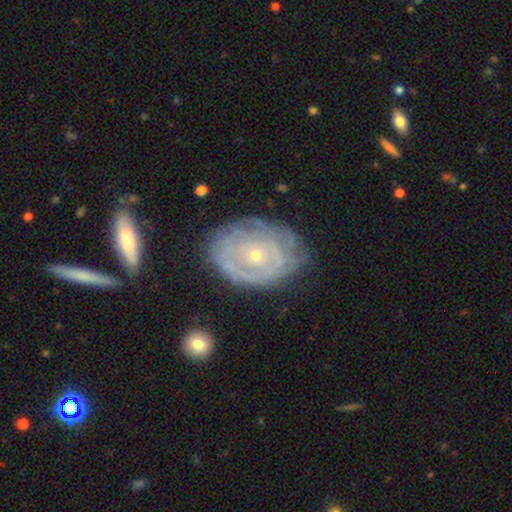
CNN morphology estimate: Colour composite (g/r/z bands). It shows a featured or disk galaxy (75%) with no bar (85%), tight (78%) spiral arms (73%) and a small central bulge (78%). Merging: none (69%).